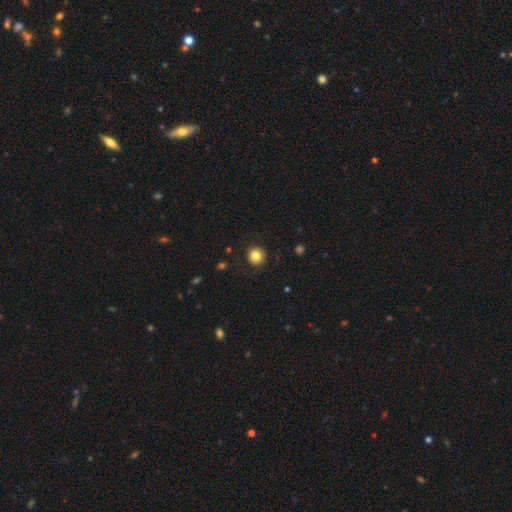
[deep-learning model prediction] smooth 83%, star or artifact 11%, featured or disk 6%. Down the decision tree: how rounded — round (94%); merging — none (90%).